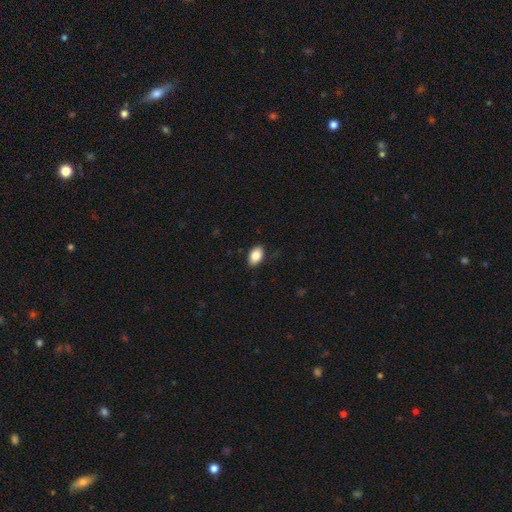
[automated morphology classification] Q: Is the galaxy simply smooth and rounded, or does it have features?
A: smooth — 84%.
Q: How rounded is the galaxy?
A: in between — 90%.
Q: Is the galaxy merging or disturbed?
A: none — 87%.